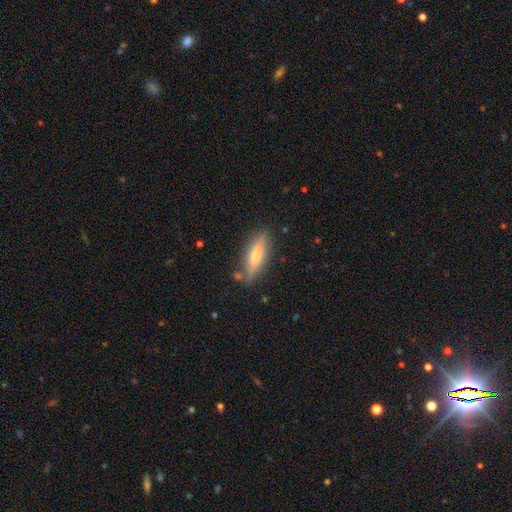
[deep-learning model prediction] This is likely a smooth galaxy (67%). How rounded: possibly cigar-shaped (55%). Merging: likely none (76%).